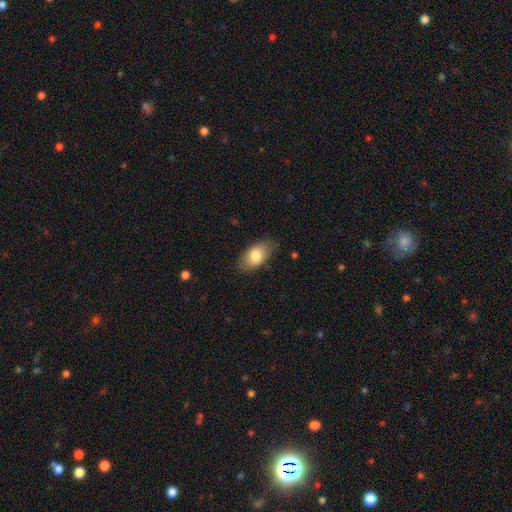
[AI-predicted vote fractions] smooth_or_featured: smooth (p=0.79) [alt: featured or disk p=0.14]
how_rounded: in between (p=0.93) [alt: round p=0.04]
merging: none (p=0.80) [alt: minor disturbance p=0.16]